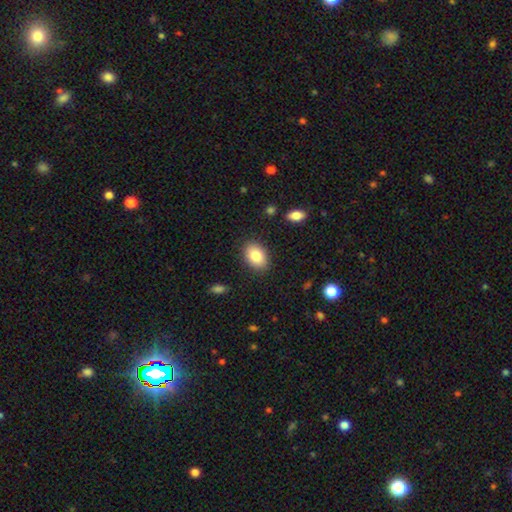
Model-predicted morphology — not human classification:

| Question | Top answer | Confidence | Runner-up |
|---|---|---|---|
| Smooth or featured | smooth | 84% | featured or disk (9%) |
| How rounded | in between | 84% | round (15%) |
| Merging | none | 86% | minor disturbance (10%) |